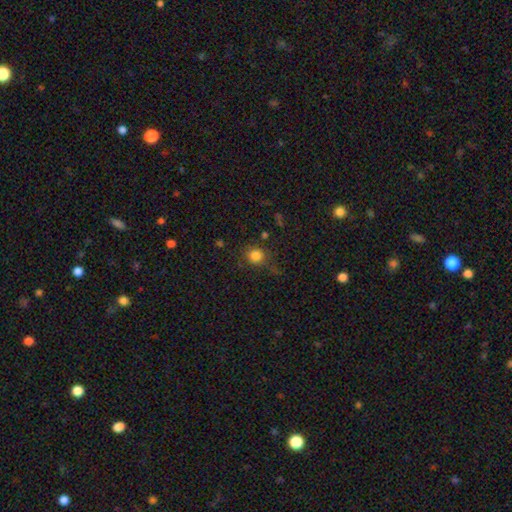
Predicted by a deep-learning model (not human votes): This appears to be a smooth galaxy with no disk features (82%) that is round (86%). Merging: none (76%).